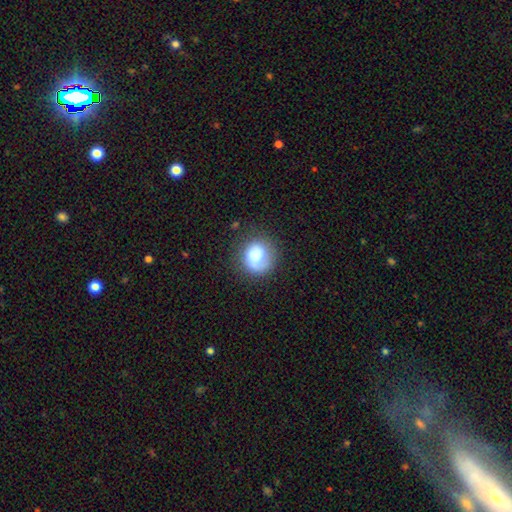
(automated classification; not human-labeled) Q: Smooth or featured?
A: smooth (74%); runner-up: featured or disk (18%)
Q: How rounded?
A: round (77%); runner-up: in between (22%)
Q: Merging?
A: none (64%); runner-up: minor disturbance (21%)